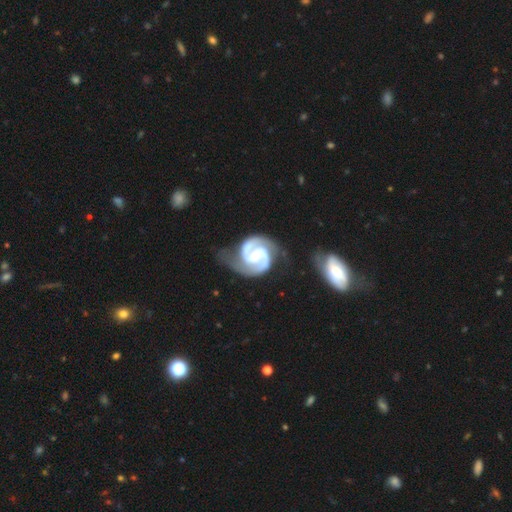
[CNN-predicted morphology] The model was most divided on "bulge size": moderate: 48%, small: 43%, none: 4%, large: 4%, dominant: 1%. Remaining: spiral arms — yes (99%); edge-on disk — no (98%); spiral arm count — 2 (94%); smooth or featured — featured or disk (94%); merging — none (64%); spiral winding — medium (53%); bar — weak (46%).